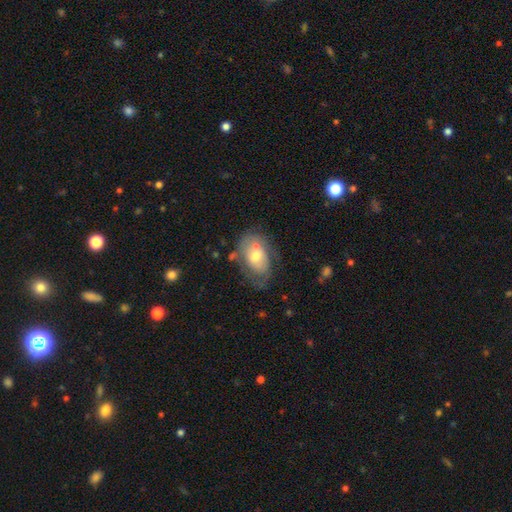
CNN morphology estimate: Smooth or featured?
  - smooth: 47% *
  - featured or disk: 46%
  - star or artifact: 7%
Merging?
  - none: 46% *
  - minor disturbance: 29%
  - major disturbance: 16%
  - merger: 10%